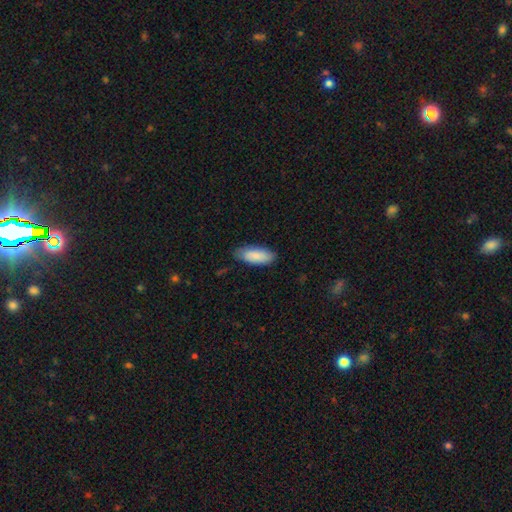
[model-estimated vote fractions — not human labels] Q: Smooth or featured?
A: smooth (85%); runner-up: featured or disk (9%)
Q: How rounded?
A: in between (83%); runner-up: cigar-shaped (15%)
Q: Merging?
A: none (75%); runner-up: minor disturbance (20%)